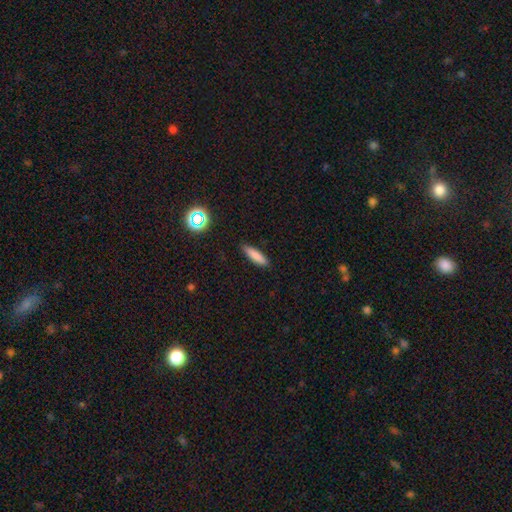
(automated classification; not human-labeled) Smooth or featured?
  - smooth: 82% *
  - star or artifact: 9%
  - featured or disk: 9%
How rounded?
  - cigar-shaped: 70% *
  - in between: 28%
  - round: 2%
Merging?
  - none: 88% *
  - minor disturbance: 9%
  - major disturbance: 2%
  - merger: 1%